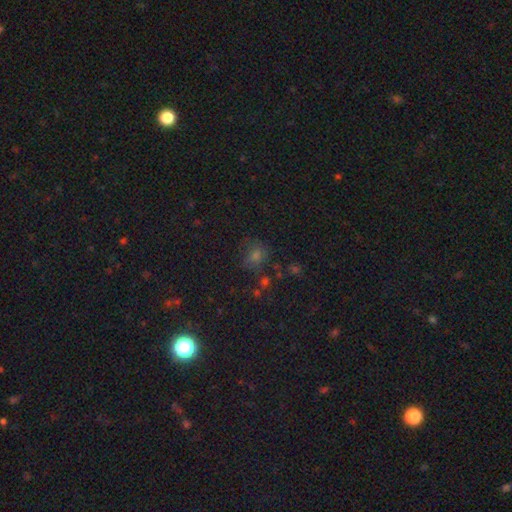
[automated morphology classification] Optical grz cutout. It shows a smooth galaxy with no disk features (55%) that is round (76%). Merging: none (66%).